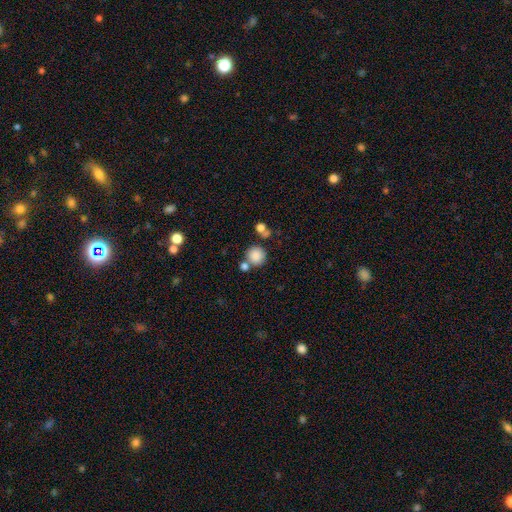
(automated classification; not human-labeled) smooth 85%, star or artifact 10%, featured or disk 6%. Down the decision tree: how rounded — round (92%); merging — none (64%).